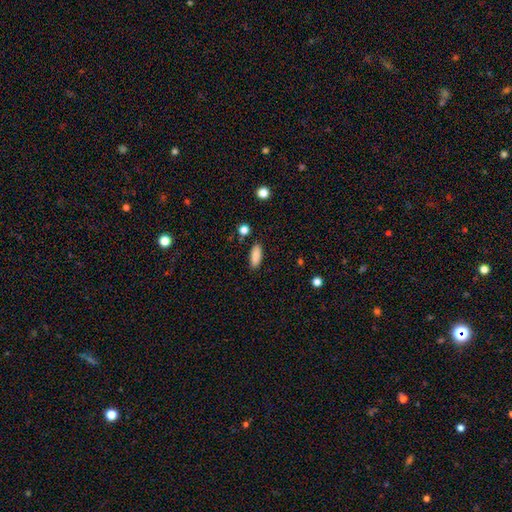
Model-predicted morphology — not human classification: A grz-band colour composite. It shows a smooth galaxy with no disk features (87%) that is in between round and cigar-shaped (74%). Merging: none (86%).